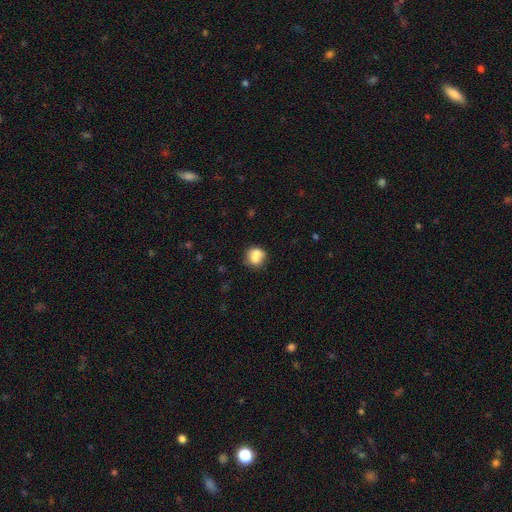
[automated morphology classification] A smooth galaxy with no disk features (71%) that is round (76%).

Vote fractions:
- Smooth or featured? smooth: 71% / featured or disk: 19% / star or artifact: 10%
- How rounded? round: 76% / in between: 23% / cigar-shaped: 1%
- Merging? merger: 44% / none: 39% / minor disturbance: 12% / major disturbance: 5%